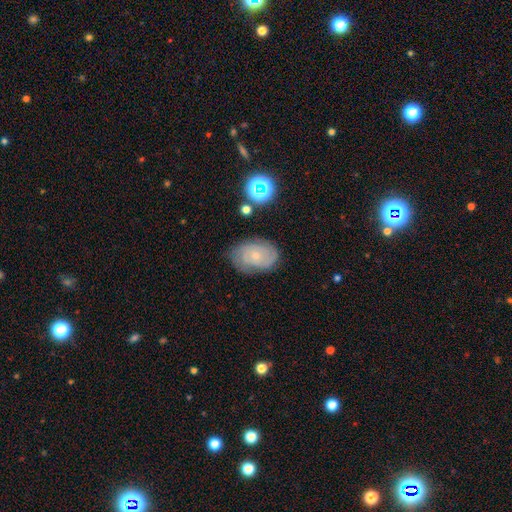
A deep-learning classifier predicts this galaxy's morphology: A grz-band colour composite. It shows a featured or disk galaxy (67%) with no bar (79%), tight (70%) spiral arms (88%) and a small central bulge (75%). Merging: none (74%).